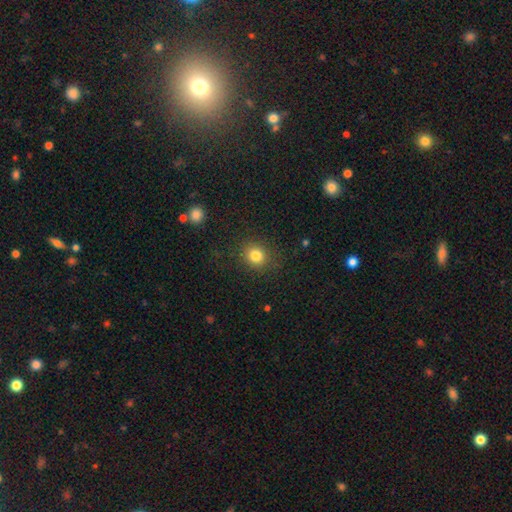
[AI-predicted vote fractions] Overall: smooth (81%). How rounded: round (77%). Merging: none (87%).